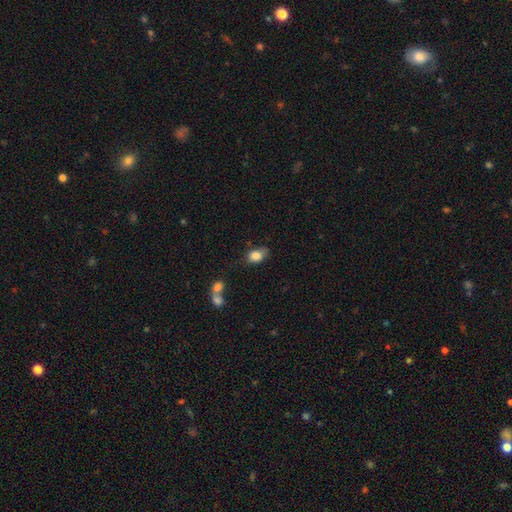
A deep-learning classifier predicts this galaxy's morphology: smooth_or_featured: smooth (p=0.84) [alt: star or artifact p=0.08]
how_rounded: in between (p=0.80) [alt: round p=0.18]
merging: none (p=0.55) [alt: minor disturbance p=0.30]